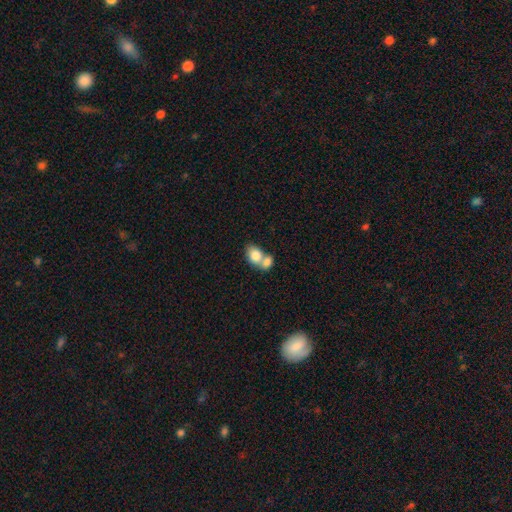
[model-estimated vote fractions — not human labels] This appears to be a smooth galaxy with no disk features (79%) that is in between round and cigar-shaped (69%). Merging: merger (68%).